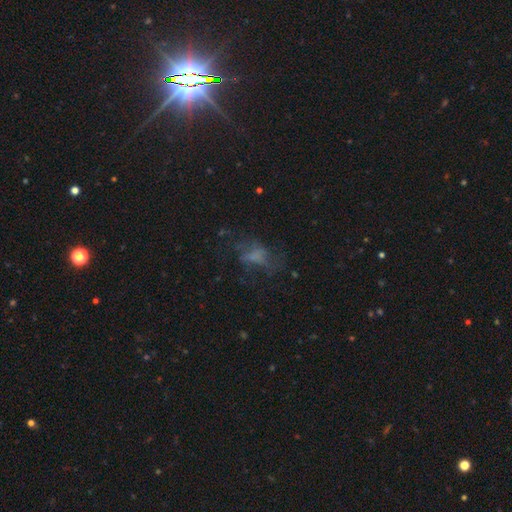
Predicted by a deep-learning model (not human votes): smooth_or_featured: smooth (p=0.40) [alt: featured or disk p=0.37]
merging: none (p=0.45) [alt: major disturbance p=0.33]